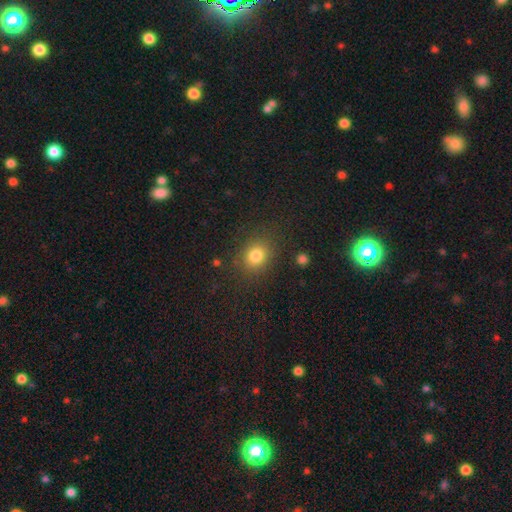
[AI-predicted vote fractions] A smooth galaxy with no disk features (81%) that is round (60%). Merging: none (83%).